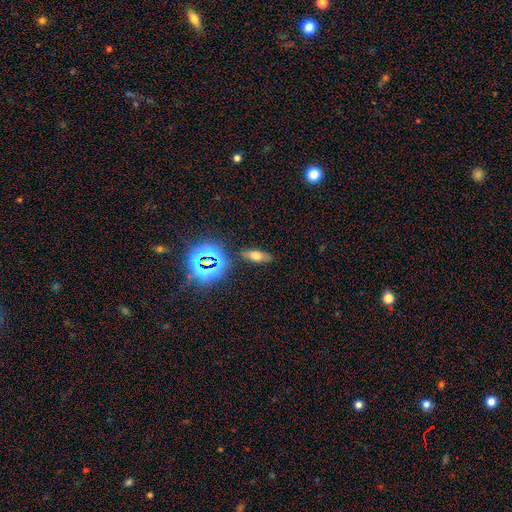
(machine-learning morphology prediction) A smooth galaxy with no disk features (56%) that is in between round and cigar-shaped (65%). Merging: none (84%).